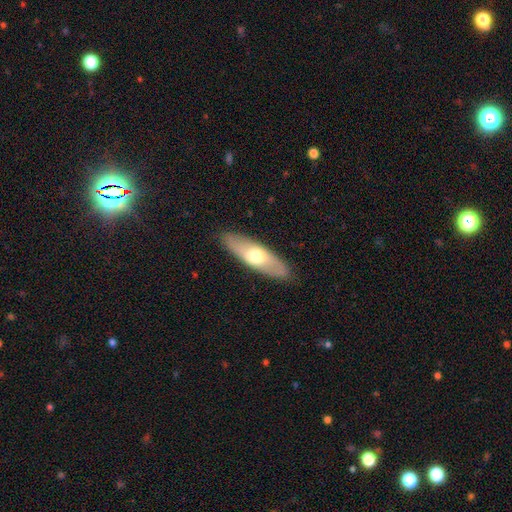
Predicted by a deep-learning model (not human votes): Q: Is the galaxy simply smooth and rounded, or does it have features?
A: smooth — 54%.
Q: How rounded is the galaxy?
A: in between — 53%.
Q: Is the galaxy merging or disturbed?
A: none — 88%.